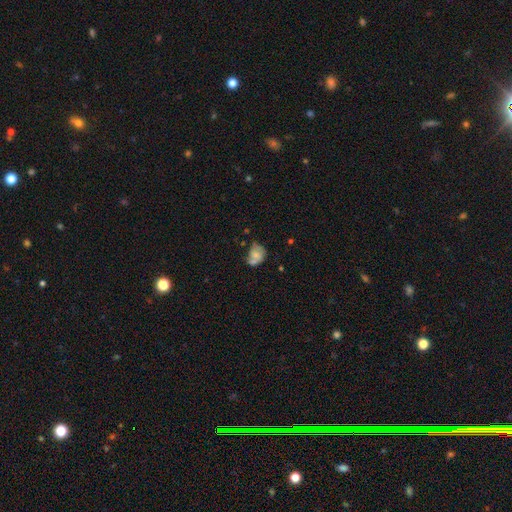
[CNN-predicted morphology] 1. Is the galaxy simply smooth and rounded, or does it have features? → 57% smooth, 32% featured or disk, 11% star or artifact.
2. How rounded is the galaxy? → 54% in between, 44% round, 1% cigar-shaped.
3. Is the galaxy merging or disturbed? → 33% none, 26% merger, 25% minor disturbance, 15% major disturbance.